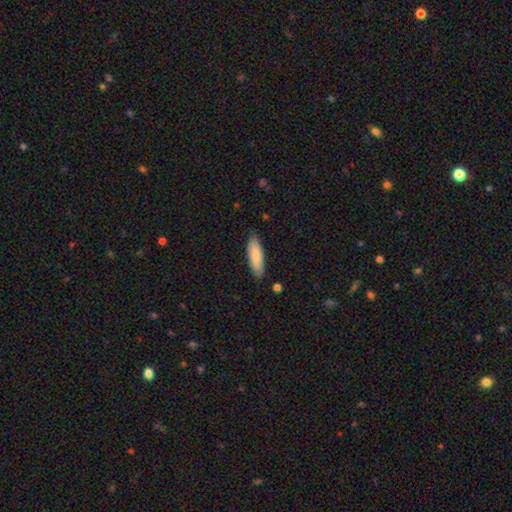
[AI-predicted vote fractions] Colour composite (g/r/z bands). It shows a smooth galaxy with no disk features (83%) that is cigar-shaped (52%). Merging: none (87%).